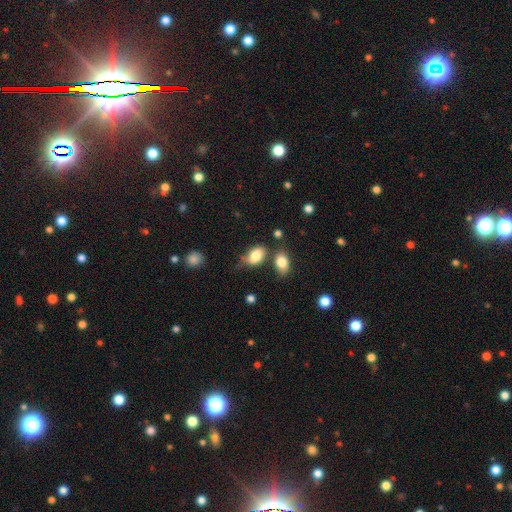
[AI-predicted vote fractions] A smooth galaxy with no disk features (82%) that is in between round and cigar-shaped (88%). Merging: none (49%).